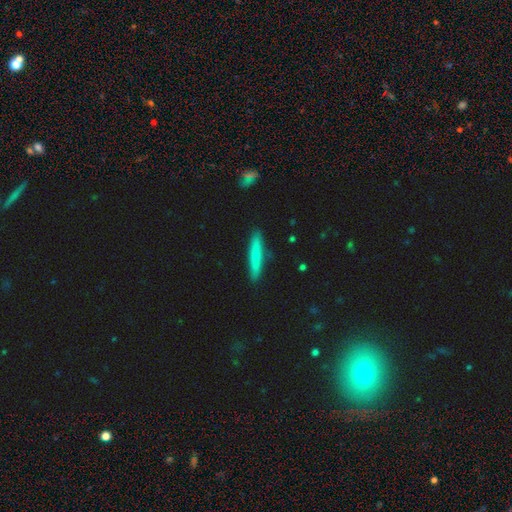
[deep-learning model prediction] A smooth galaxy with no disk features (70%) that is cigar-shaped (94%). Merging: none (89%).